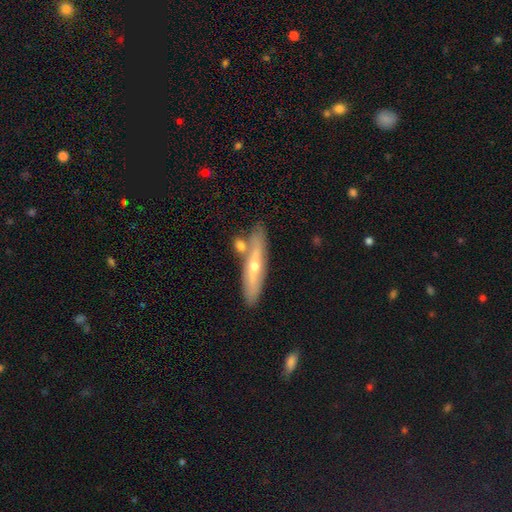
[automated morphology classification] Smooth or featured? Predicted: featured or disk (p=0.58). Edge-on disk? Predicted: yes (p=0.72). Merging? Predicted: none (p=0.72).